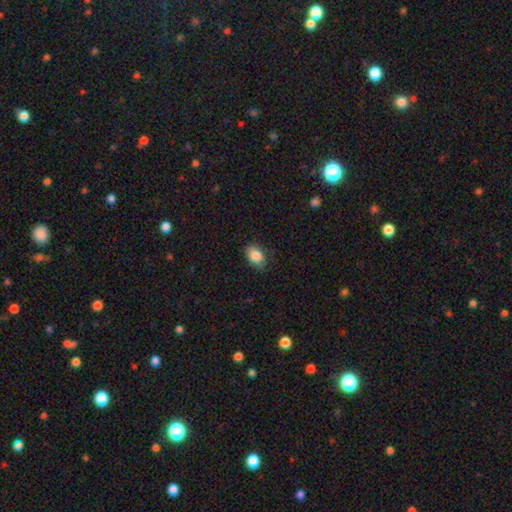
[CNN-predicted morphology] This appears to be a smooth galaxy with no disk features (86%) that is in between round and cigar-shaped (76%). Merging: none (76%).